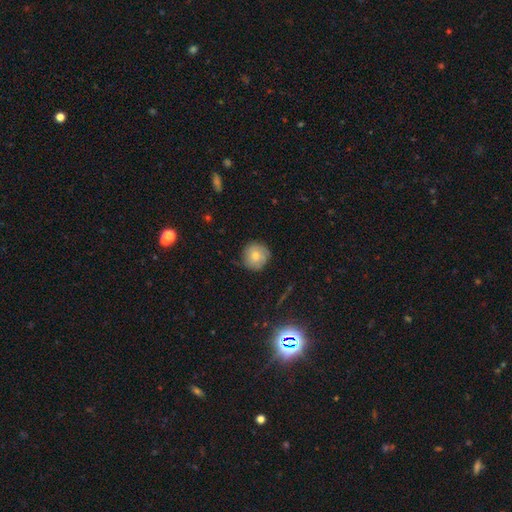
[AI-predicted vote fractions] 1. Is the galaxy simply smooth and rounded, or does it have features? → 68% smooth, 23% featured or disk, 9% star or artifact.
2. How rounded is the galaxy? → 93% round, 6% in between, 1% cigar-shaped.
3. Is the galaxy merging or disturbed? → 80% none, 16% minor disturbance, 3% major disturbance, 1% merger.